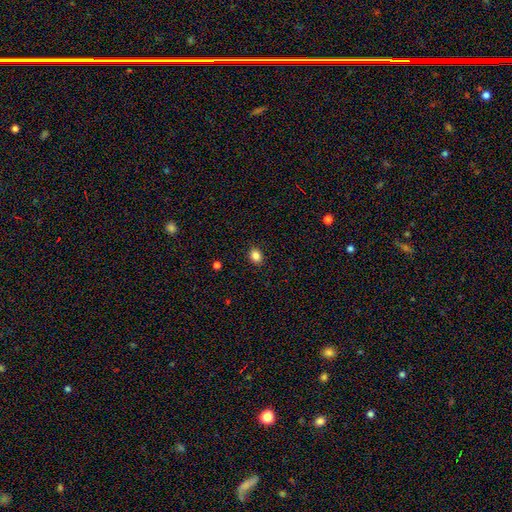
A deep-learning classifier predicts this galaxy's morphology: A smooth galaxy with no disk features (86%) that is round (50%).

Vote fractions:
- Smooth or featured? smooth: 86% / star or artifact: 11% / featured or disk: 4%
- How rounded? round: 50% / in between: 49% / cigar-shaped: 1%
- Merging? none: 90% / minor disturbance: 7% / major disturbance: 2% / merger: 1%